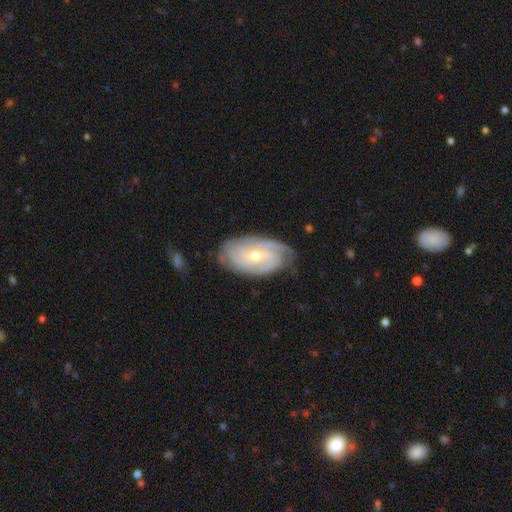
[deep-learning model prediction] Morphology: type=featured or disk (83%); edge-on=no (95%); bar=no (53%); spiral arms=yes (95%); winding=tight (72%); arm count=can't tell (36%); bulge=small (53%); merging=none (75%).